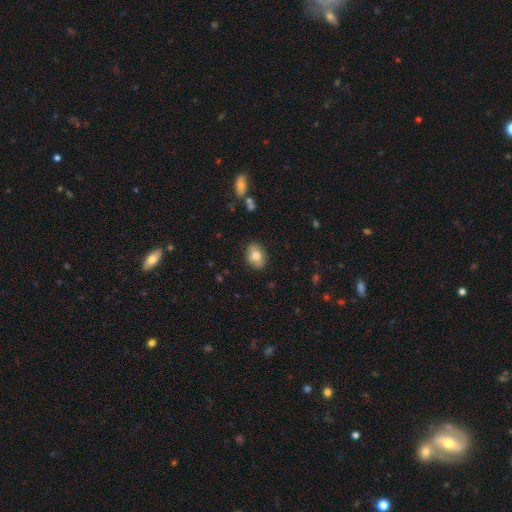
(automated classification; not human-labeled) Q: Smooth or featured?
A: smooth (76%); runner-up: featured or disk (16%)
Q: How rounded?
A: in between (68%); runner-up: round (31%)
Q: Merging?
A: none (83%); runner-up: minor disturbance (13%)